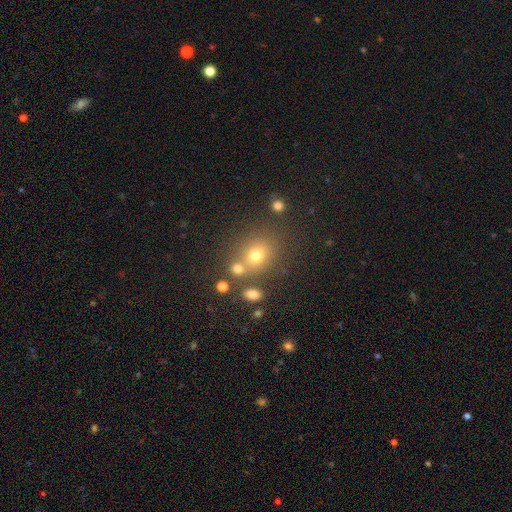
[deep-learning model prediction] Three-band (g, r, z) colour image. It shows a smooth galaxy with no disk features (69%) that is round (65%). Merging: none (65%).